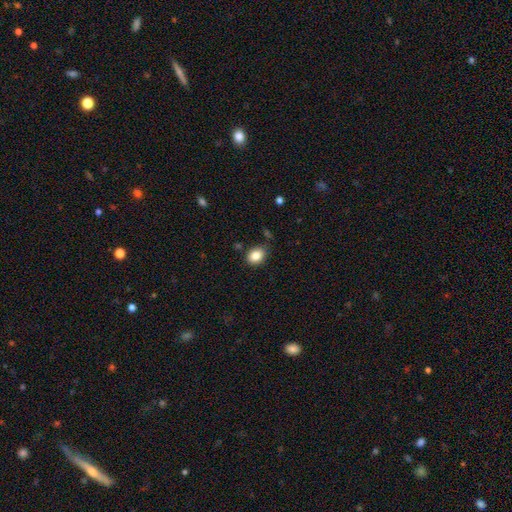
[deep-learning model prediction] This appears to be a smooth galaxy with no disk features (85%) that is in between round and cigar-shaped (58%). Merging: none (81%).